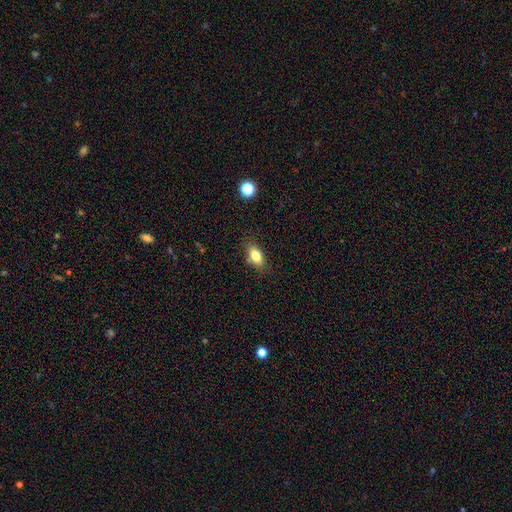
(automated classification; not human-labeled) Smooth or featured? smooth (79%)
How rounded? in between (86%)
Merging? none (80%)